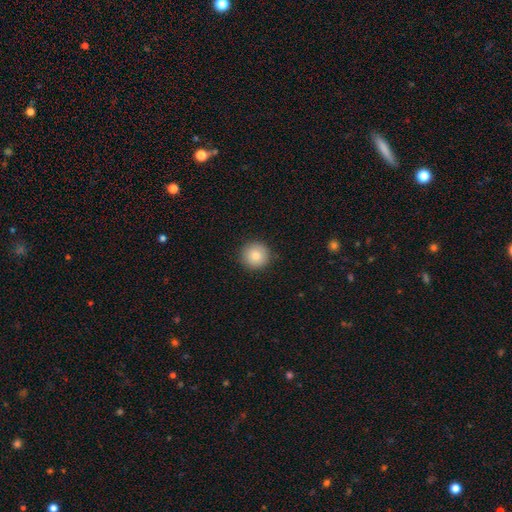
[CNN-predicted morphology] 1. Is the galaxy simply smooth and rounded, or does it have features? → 83% smooth, 9% star or artifact, 8% featured or disk.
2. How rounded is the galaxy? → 95% round, 4% in between, 1% cigar-shaped.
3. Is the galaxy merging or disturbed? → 91% none, 6% minor disturbance, 2% major disturbance, 1% merger.